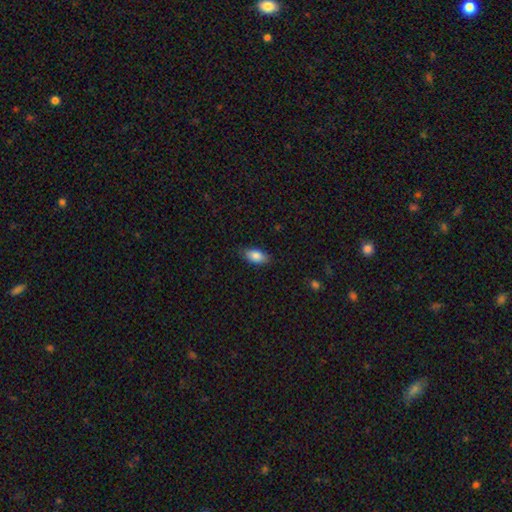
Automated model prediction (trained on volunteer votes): Overall: smooth (86%). How rounded: in between (91%). Merging: none (83%).